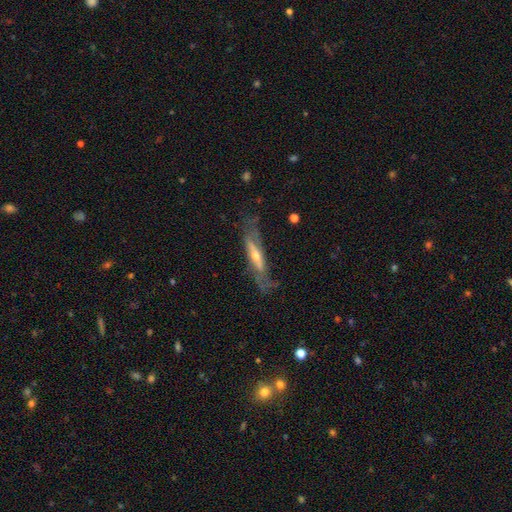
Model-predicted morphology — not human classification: Smooth or featured: featured or disk — 70% (smooth — 23%)
Edge-on disk: yes — 65% (no — 35%)
Merging: none — 55% (minor disturbance — 25%)